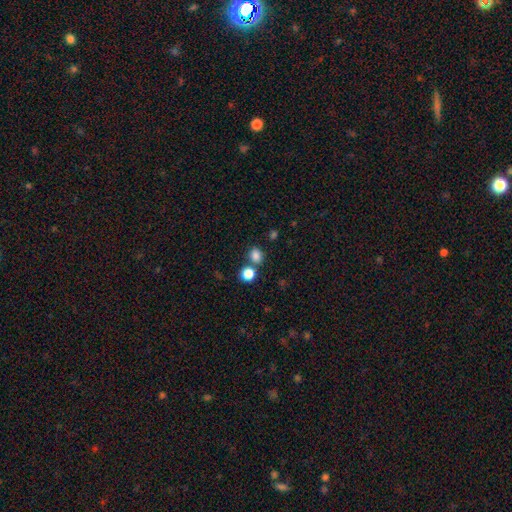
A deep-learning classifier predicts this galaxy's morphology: type=smooth (81%); roundness=round (66%); merging=none (70%).